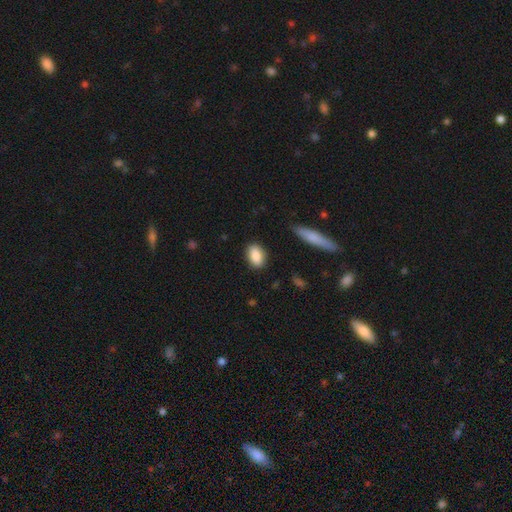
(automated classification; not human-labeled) smooth_or_featured: smooth (p=0.87) [alt: star or artifact p=0.07]
how_rounded: in between (p=0.87) [alt: round p=0.10]
merging: none (p=0.86) [alt: minor disturbance p=0.10]